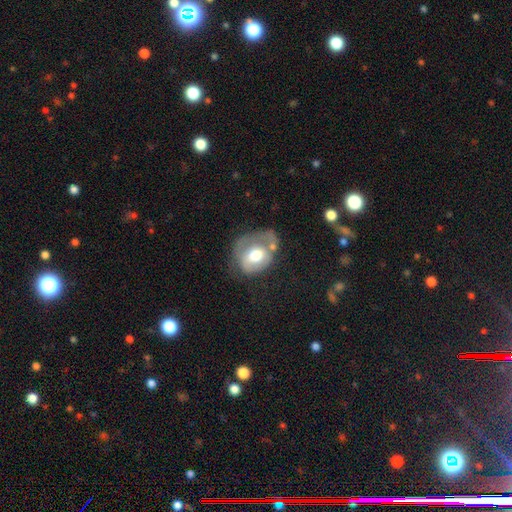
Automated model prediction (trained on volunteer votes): smooth-or-featured: smooth: 49% | featured or disk: 44% | star or artifact: 7%
  merging: major disturbance: 32% | minor disturbance: 26% | none: 25% | merger: 17%